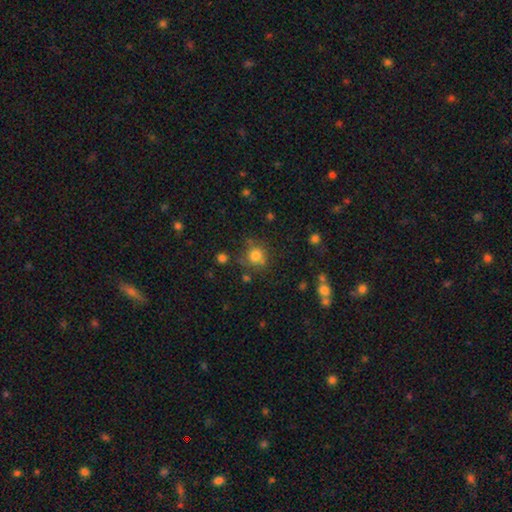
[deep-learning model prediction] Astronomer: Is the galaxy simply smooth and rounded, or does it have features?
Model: smooth — 79%.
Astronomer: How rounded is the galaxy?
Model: round — 89%.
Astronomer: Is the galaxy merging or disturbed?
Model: none — 71%.